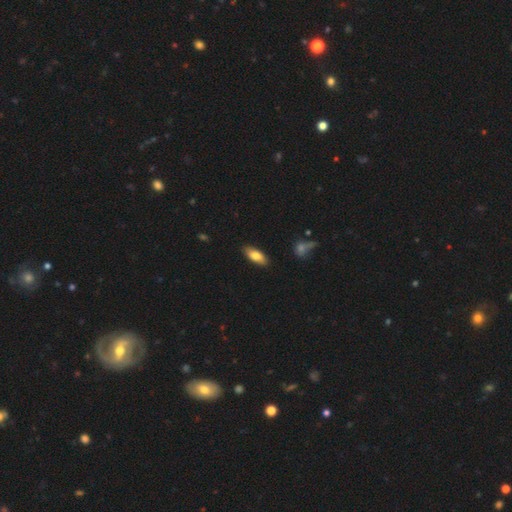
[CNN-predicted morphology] A smooth galaxy with no disk features (79%) that is in between round and cigar-shaped (81%).

Vote fractions:
- Smooth or featured? smooth: 79% / featured or disk: 15% / star or artifact: 6%
- How rounded? in between: 81% / cigar-shaped: 17% / round: 2%
- Merging? none: 87% / minor disturbance: 10% / major disturbance: 2% / merger: 1%